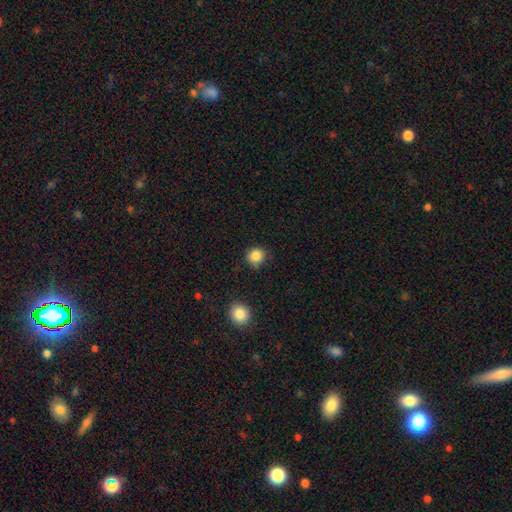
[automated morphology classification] Q: Smooth or featured?
A: smooth (86%); runner-up: star or artifact (11%)
Q: How rounded?
A: round (89%); runner-up: in between (10%)
Q: Merging?
A: none (81%); runner-up: minor disturbance (14%)